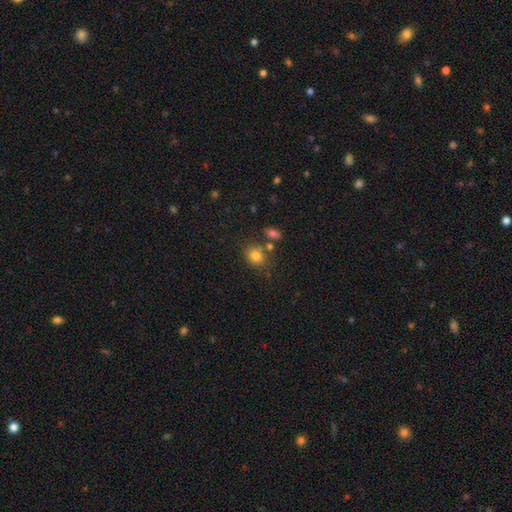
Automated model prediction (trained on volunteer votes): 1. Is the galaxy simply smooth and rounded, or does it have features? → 80% smooth, 11% star or artifact, 9% featured or disk.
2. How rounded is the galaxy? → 50% round, 48% in between, 1% cigar-shaped.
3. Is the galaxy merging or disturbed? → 67% none, 15% merger, 14% minor disturbance, 4% major disturbance.